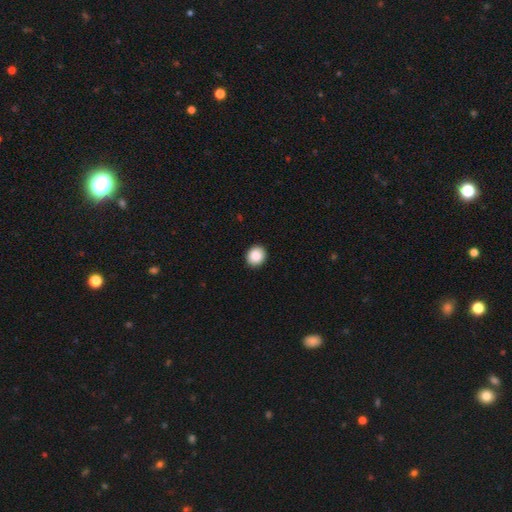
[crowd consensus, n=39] smooth_or_featured: smooth (p=0.95) [alt: star or artifact p=0.05]
how_rounded: round (p=0.97) [alt: in between p=0.03]
merging: none (p=1.00)